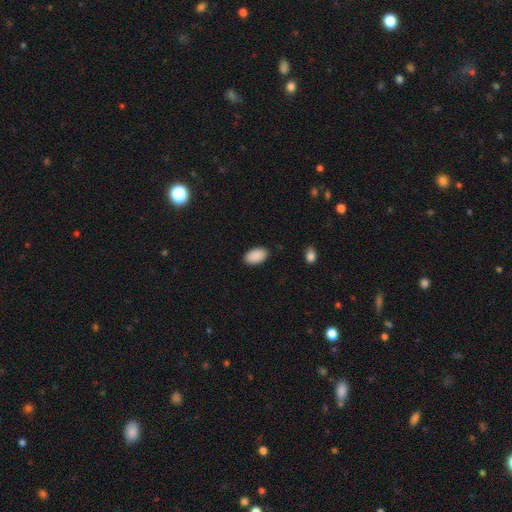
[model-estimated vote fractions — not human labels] smooth_or_featured: smooth (p=0.91) [alt: star or artifact p=0.07]
how_rounded: in between (p=0.94) [alt: round p=0.05]
merging: none (p=0.89) [alt: minor disturbance p=0.08]